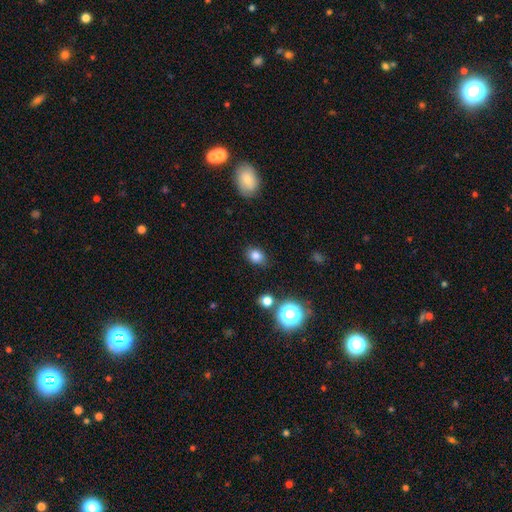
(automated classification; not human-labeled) The model was most divided on "how rounded": in between: 57%, round: 42%, cigar-shaped: 1%. More confident: smooth or featured — smooth (81%); merging — none (81%).